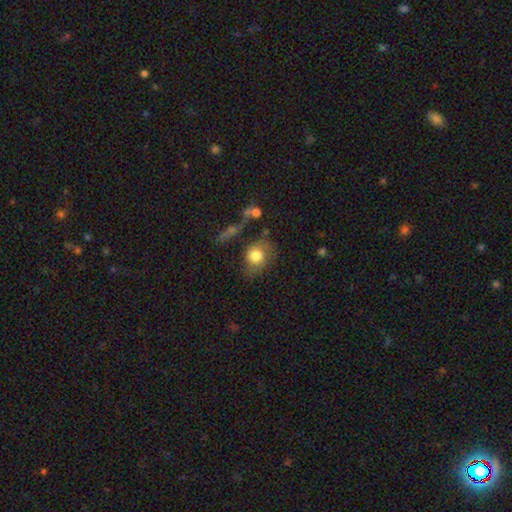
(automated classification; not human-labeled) smooth_or_featured: smooth (p=0.74) [alt: featured or disk p=0.18]
how_rounded: round (p=0.61) [alt: in between p=0.38]
merging: none (p=0.52) [alt: minor disturbance p=0.23]